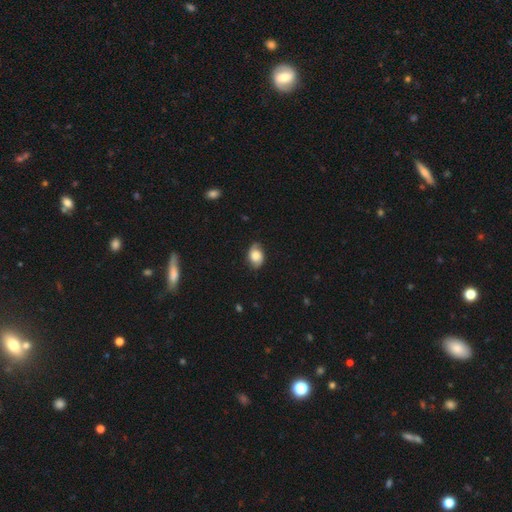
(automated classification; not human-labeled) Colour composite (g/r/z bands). It shows a smooth galaxy with no disk features (54%) that is in between round and cigar-shaped (75%). Merging: none (72%).